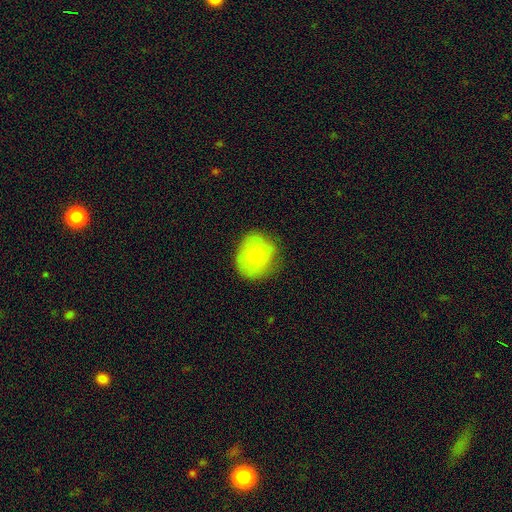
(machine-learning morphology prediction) A smooth galaxy with no disk features (68%) that is round (74%).

Vote fractions:
- Smooth or featured? smooth: 68% / featured or disk: 25% / star or artifact: 7%
- How rounded? round: 74% / in between: 25% / cigar-shaped: 1%
- Merging? none: 62% / minor disturbance: 27% / major disturbance: 8% / merger: 2%